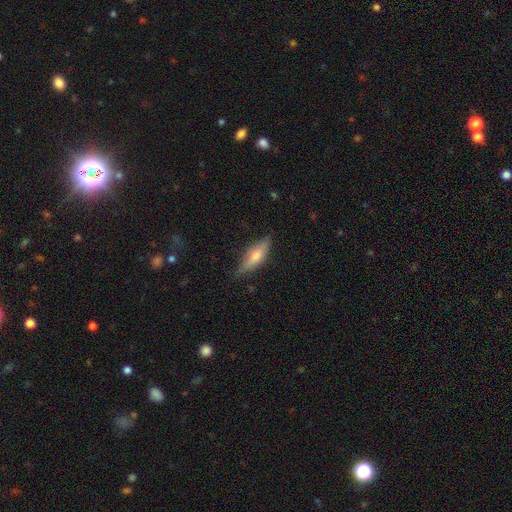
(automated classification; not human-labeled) This is possibly a smooth galaxy (53%). How rounded: possibly cigar-shaped (55%). Merging: likely none (76%).